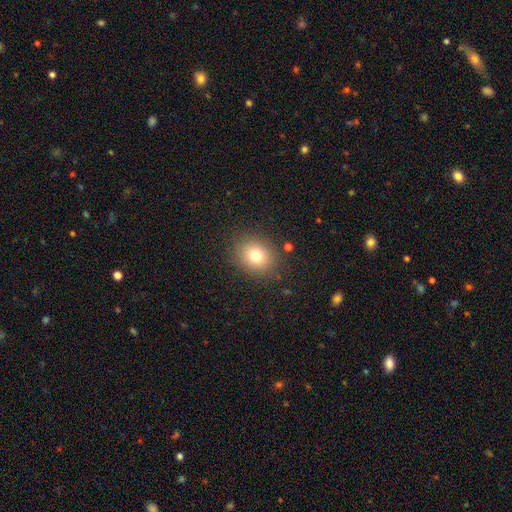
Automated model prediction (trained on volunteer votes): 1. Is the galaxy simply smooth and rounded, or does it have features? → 76% smooth, 13% star or artifact, 11% featured or disk.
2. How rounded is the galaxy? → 66% round, 33% in between, 1% cigar-shaped.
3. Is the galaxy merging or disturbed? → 86% none, 9% minor disturbance, 3% major disturbance, 1% merger.